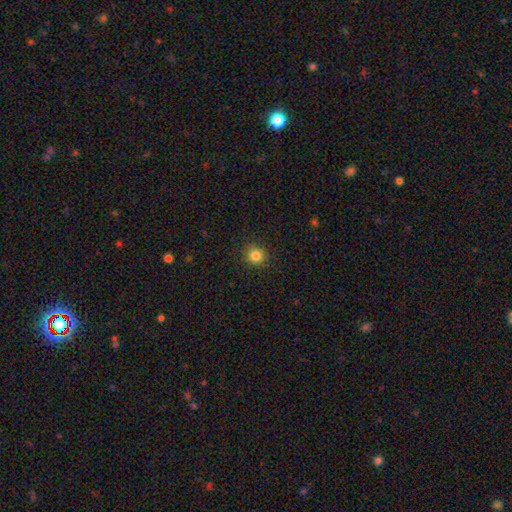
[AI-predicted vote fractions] A smooth galaxy with no disk features (83%) that is round (90%). Merging: none (89%).